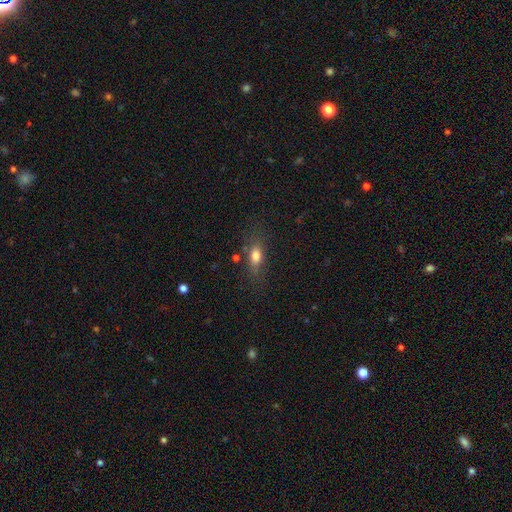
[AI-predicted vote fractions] Smooth or featured? smooth (75%)
How rounded? in between (71%)
Merging? none (67%)